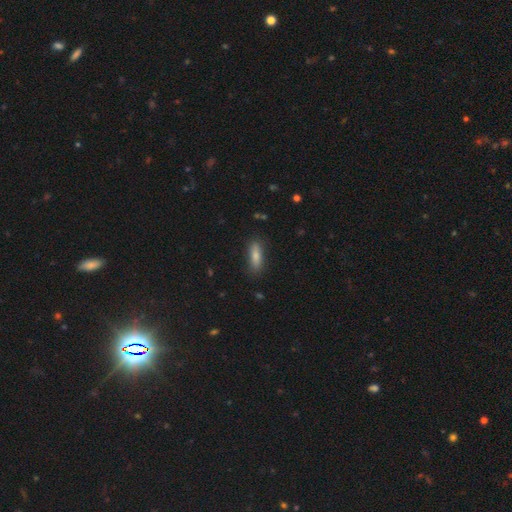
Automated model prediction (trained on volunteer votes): Smooth or featured: smooth — 80% (featured or disk — 12%)
How rounded: in between — 52% (cigar-shaped — 46%)
Merging: none — 80% (minor disturbance — 15%)